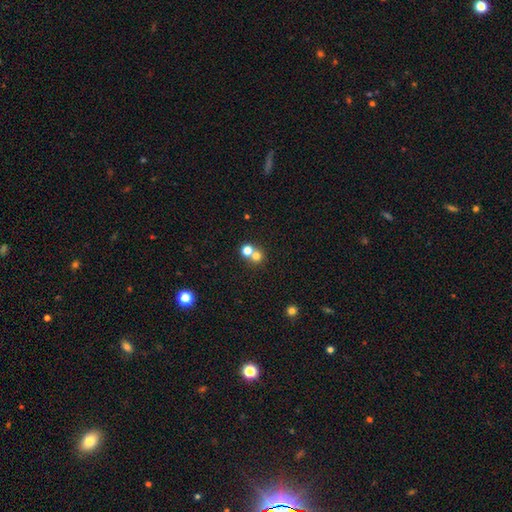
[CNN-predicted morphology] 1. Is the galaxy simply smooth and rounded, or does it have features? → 72% smooth, 15% star or artifact, 12% featured or disk.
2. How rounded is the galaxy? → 87% round, 12% in between, 1% cigar-shaped.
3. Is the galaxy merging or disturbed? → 52% merger, 41% none, 4% minor disturbance, 2% major disturbance.